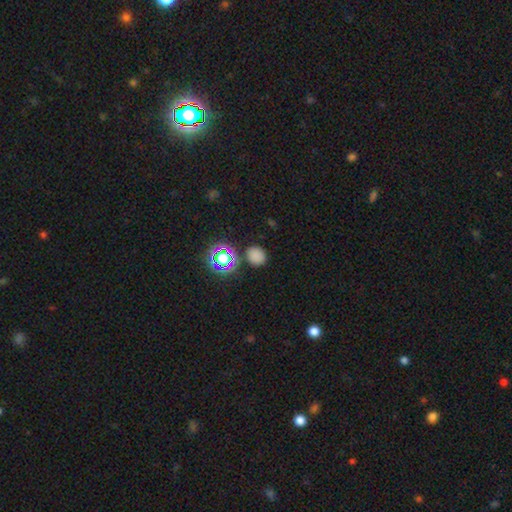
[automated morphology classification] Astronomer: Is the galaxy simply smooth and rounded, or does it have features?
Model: smooth — 72%.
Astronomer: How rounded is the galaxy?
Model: round — 74%.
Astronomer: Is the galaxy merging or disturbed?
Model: none — 80%.